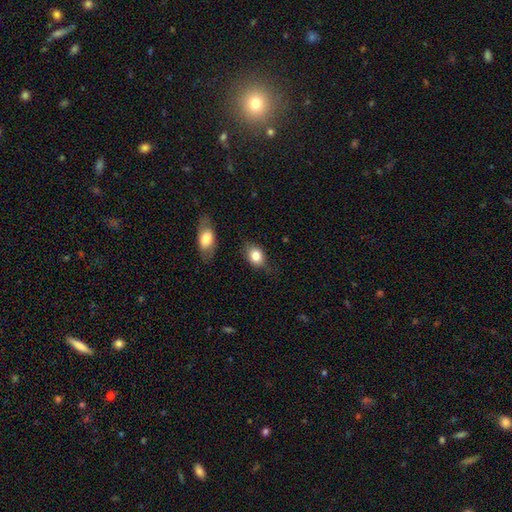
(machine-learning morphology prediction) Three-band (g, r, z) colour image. It shows a smooth galaxy with no disk features (82%) that is in between round and cigar-shaped (71%). Merging: none (73%).